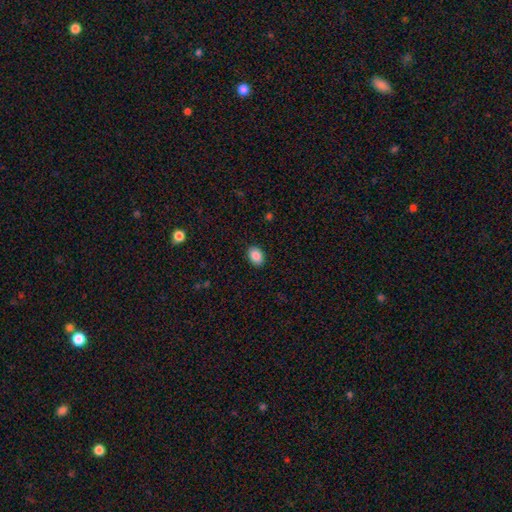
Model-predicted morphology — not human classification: smooth_or_featured: smooth (p=0.89) [alt: star or artifact p=0.08]
how_rounded: in between (p=0.77) [alt: round p=0.22]
merging: none (p=0.90) [alt: minor disturbance p=0.07]